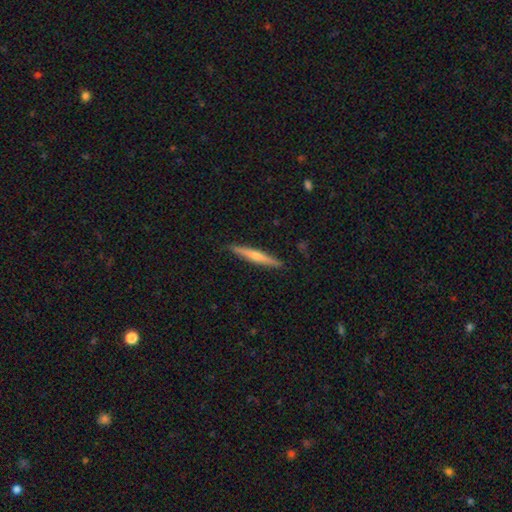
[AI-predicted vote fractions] Smooth or featured?
  - featured or disk: 52% *
  - smooth: 42%
  - star or artifact: 6%
Edge-on disk?
  - yes: 97% *
  - no: 3%
Edge-on bulge?
  - rounded: 71% *
  - none: 24%
  - boxy: 5%
Merging?
  - none: 91% *
  - minor disturbance: 7%
  - major disturbance: 1%
  - merger: 1%